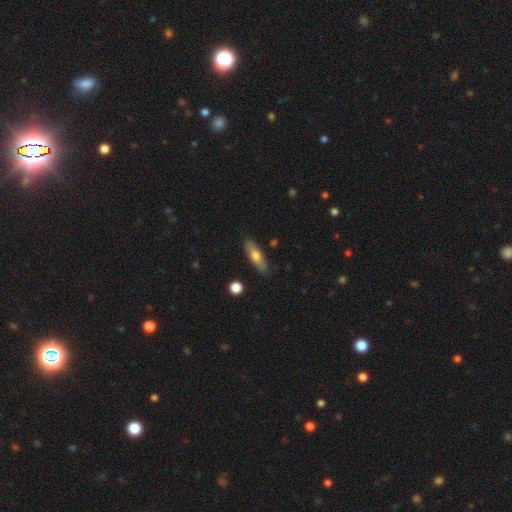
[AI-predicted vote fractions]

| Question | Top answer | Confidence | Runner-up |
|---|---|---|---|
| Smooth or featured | smooth | 64% | featured or disk (29%) |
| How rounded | in between | 52% | cigar-shaped (45%) |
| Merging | none | 85% | minor disturbance (11%) |